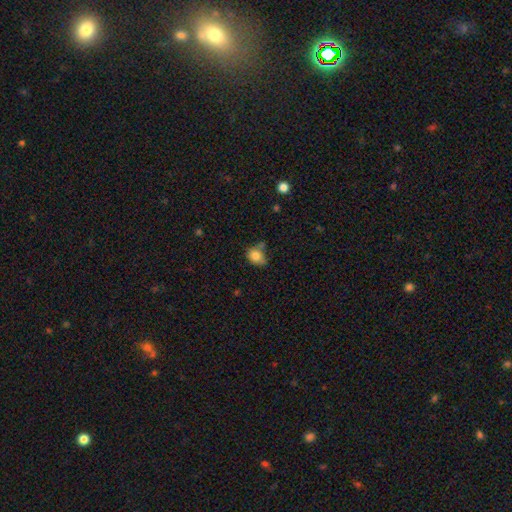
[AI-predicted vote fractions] This appears to be a smooth galaxy with no disk features (81%) that is in between round and cigar-shaped (54%). Merging: none (48%).